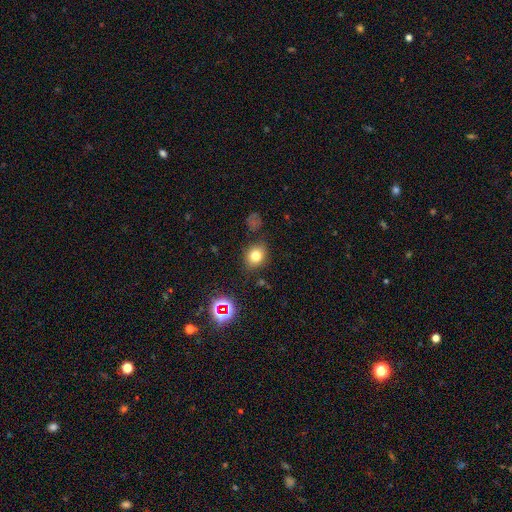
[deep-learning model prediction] The model was most divided on "how rounded": round: 63%, in between: 36%, cigar-shaped: 1%. More confident: merging — none (80%); smooth or featured — smooth (75%).